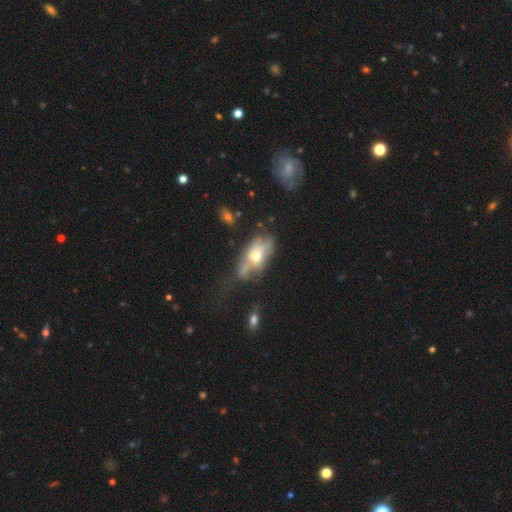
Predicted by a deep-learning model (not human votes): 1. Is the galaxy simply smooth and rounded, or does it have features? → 49% featured or disk, 41% smooth, 10% star or artifact.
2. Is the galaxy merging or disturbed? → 36% none, 27% minor disturbance, 27% major disturbance, 9% merger.